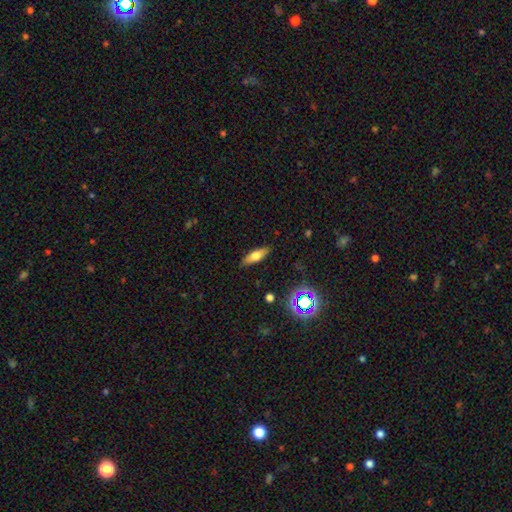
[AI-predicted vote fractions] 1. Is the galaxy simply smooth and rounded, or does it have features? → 60% smooth, 30% featured or disk, 10% star or artifact.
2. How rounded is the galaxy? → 51% in between, 45% cigar-shaped, 3% round.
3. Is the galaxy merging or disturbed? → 87% none, 9% minor disturbance, 2% major disturbance, 1% merger.